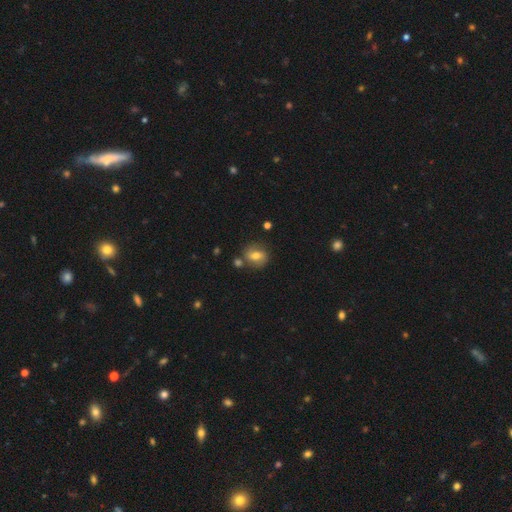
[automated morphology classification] This appears to be a smooth galaxy with no disk features (58%) that is round (62%). Merging: none (71%).